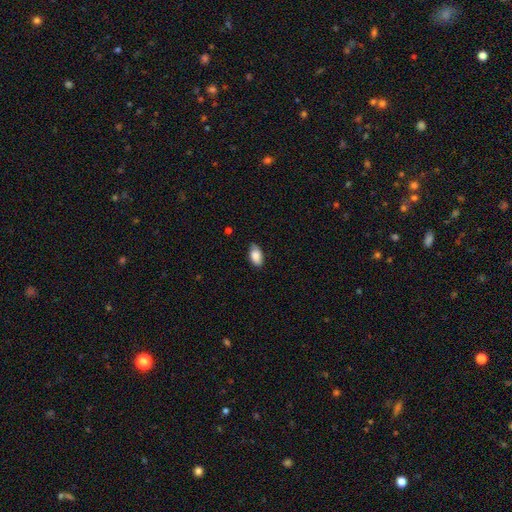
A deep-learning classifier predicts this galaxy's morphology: smooth-or-featured: smooth: 84% | featured or disk: 9% | star or artifact: 7%
  how-rounded: in between: 93% | round: 4% | cigar-shaped: 2%
  merging: none: 79% | minor disturbance: 17% | major disturbance: 3% | merger: 1%